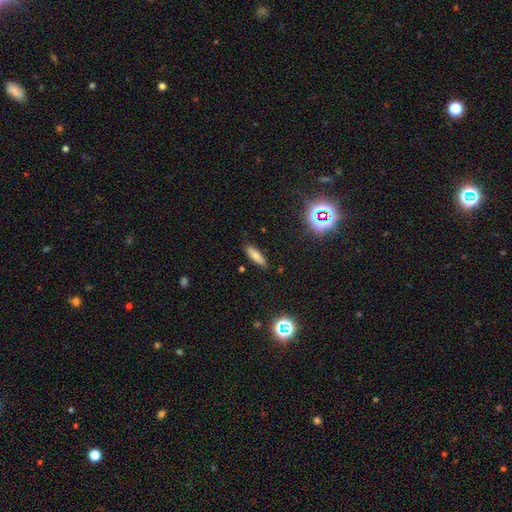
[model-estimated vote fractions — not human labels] A smooth galaxy with no disk features (73%) that is cigar-shaped (51%). Merging: none (87%).